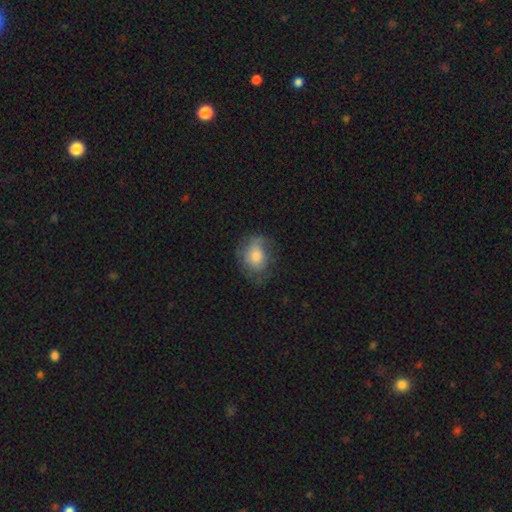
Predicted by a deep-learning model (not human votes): smooth 61%, featured or disk 31%, star or artifact 8%. Down the decision tree: how rounded — round (50%); merging — none (59%).